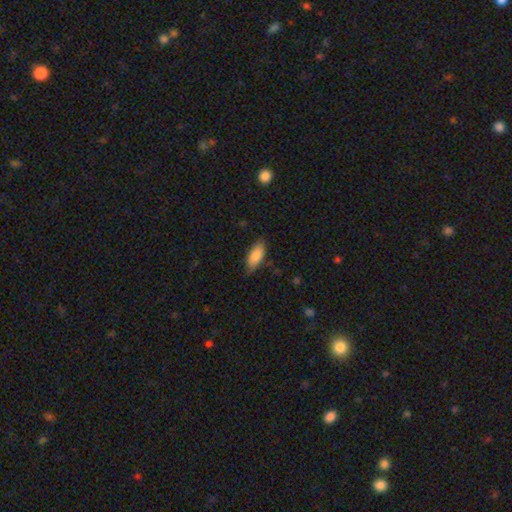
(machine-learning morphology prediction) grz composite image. It shows a smooth galaxy with no disk features (85%) that is in between round and cigar-shaped (84%). Merging: none (74%).